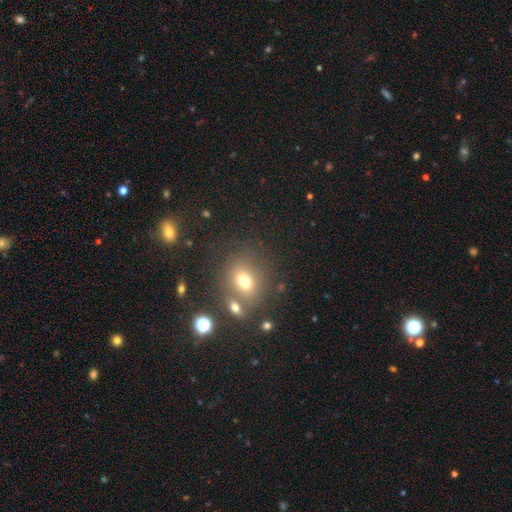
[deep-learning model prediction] The model was most divided on "smooth or featured": smooth: 52%, star or artifact: 37%, featured or disk: 11%. More confident: merging — none (78%); how rounded — round (77%).